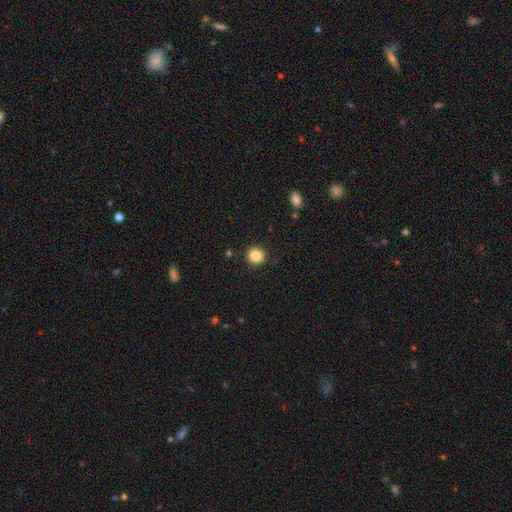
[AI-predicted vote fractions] This appears to be a smooth galaxy with no disk features (85%) that is round (94%). Merging: none (92%).